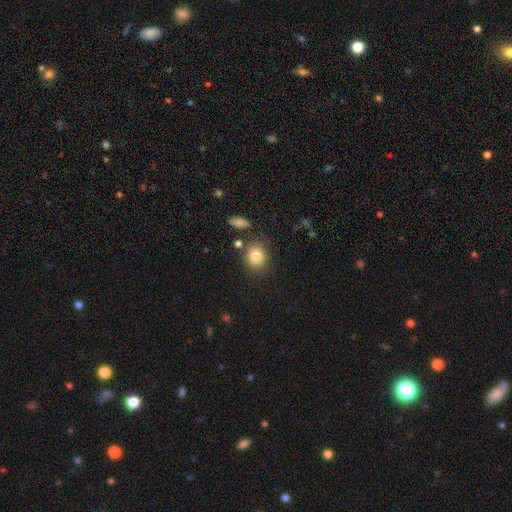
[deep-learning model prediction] smooth_or_featured: smooth (p=0.84) [alt: star or artifact p=0.09]
how_rounded: round (p=0.67) [alt: in between p=0.32]
merging: none (p=0.77) [alt: minor disturbance p=0.13]